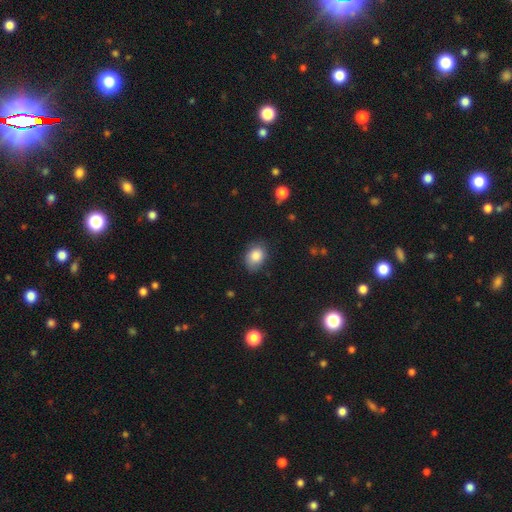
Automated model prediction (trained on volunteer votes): A smooth galaxy with no disk features (85%) that is in between round and cigar-shaped (70%).

Vote fractions:
- Smooth or featured? smooth: 85% / star or artifact: 8% / featured or disk: 7%
- How rounded? in between: 70% / round: 28% / cigar-shaped: 1%
- Merging? none: 73% / minor disturbance: 21% / major disturbance: 4% / merger: 1%